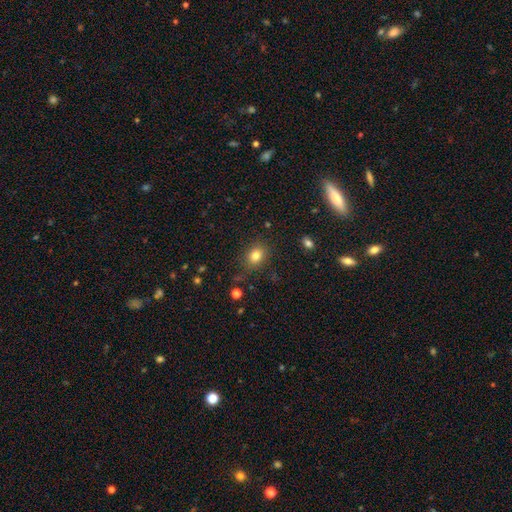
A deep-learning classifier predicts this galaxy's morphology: This is clearly a smooth galaxy (81%). How rounded: possibly round (55%). Merging: clearly none (82%).